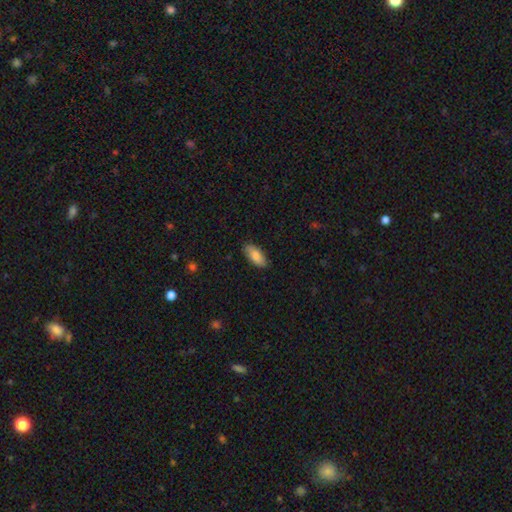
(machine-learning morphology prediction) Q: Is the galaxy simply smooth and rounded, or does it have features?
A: smooth — 83%.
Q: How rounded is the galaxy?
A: in between — 87%.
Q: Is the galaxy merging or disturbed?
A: none — 87%.